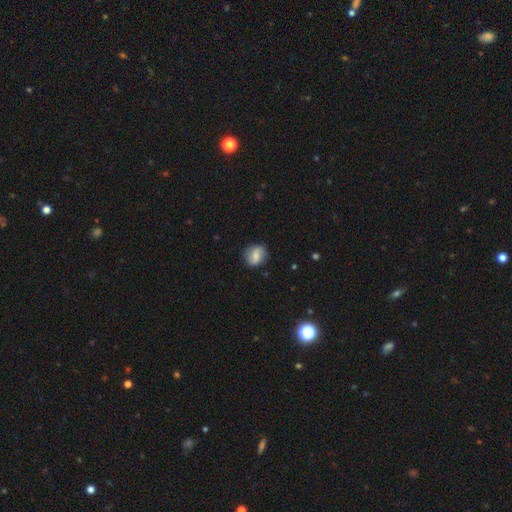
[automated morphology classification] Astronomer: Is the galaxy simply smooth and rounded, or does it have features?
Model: smooth — 62%.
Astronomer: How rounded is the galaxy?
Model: round — 72%.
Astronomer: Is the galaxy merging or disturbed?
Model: none — 80%.